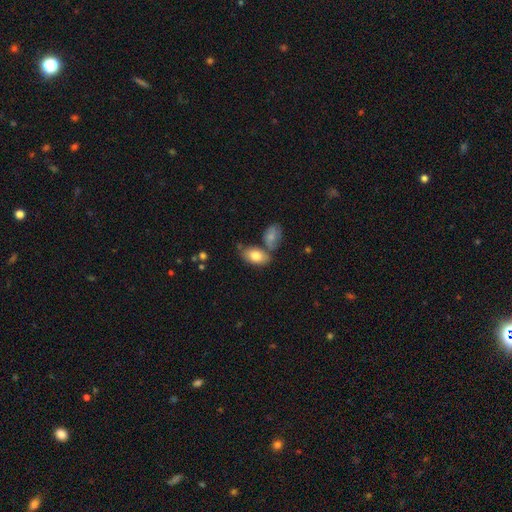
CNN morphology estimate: A smooth galaxy with no disk features (80%) that is in between round and cigar-shaped (91%).

Vote fractions:
- Smooth or featured? smooth: 80% / featured or disk: 13% / star or artifact: 6%
- How rounded? in between: 91% / round: 7% / cigar-shaped: 2%
- Merging? none: 57% / merger: 23% / minor disturbance: 16% / major disturbance: 4%